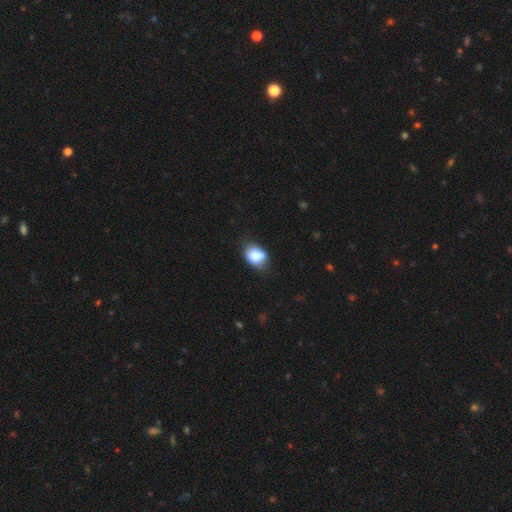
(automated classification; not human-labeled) Q: Smooth or featured?
A: smooth (82%); runner-up: featured or disk (9%)
Q: How rounded?
A: in between (68%); runner-up: round (31%)
Q: Merging?
A: none (58%); runner-up: minor disturbance (29%)